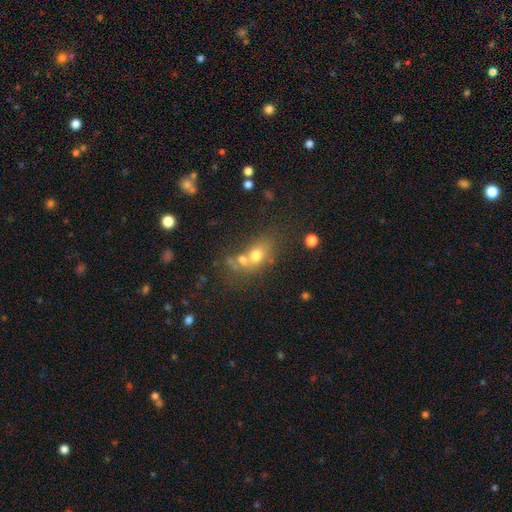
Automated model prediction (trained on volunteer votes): Overall: smooth (66%). How rounded: in between (61%; round 36%). Merging: merger (42%; none 38%).